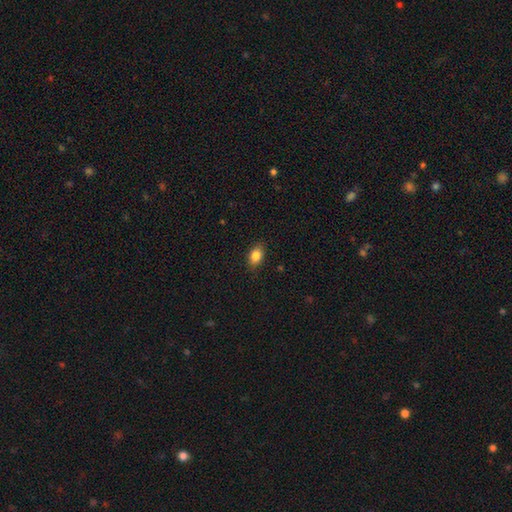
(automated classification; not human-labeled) smooth-or-featured: smooth: 84% | star or artifact: 9% | featured or disk: 7%
  how-rounded: in between: 83% | round: 15% | cigar-shaped: 2%
  merging: none: 86% | minor disturbance: 11% | major disturbance: 2% | merger: 1%